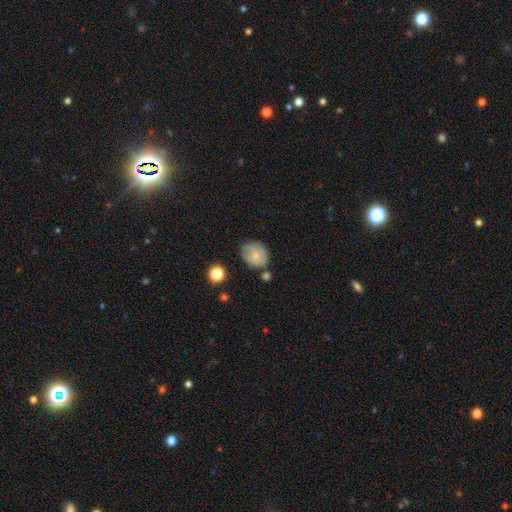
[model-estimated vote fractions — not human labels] Morphology: type=smooth (75%); roundness=round (73%); merging=none (65%).